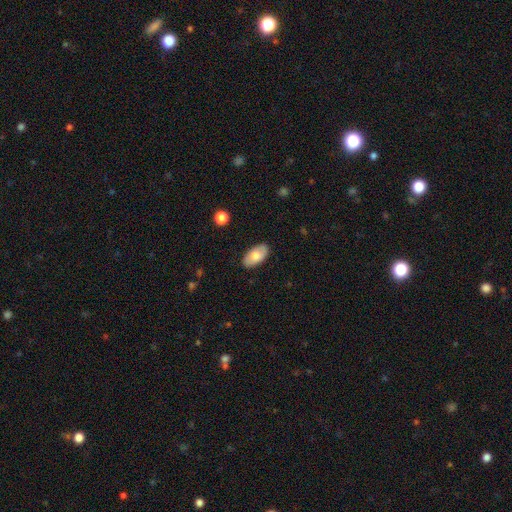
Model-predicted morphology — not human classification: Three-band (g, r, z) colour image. It shows a smooth galaxy with no disk features (76%) that is in between round and cigar-shaped (95%). Merging: none (86%).